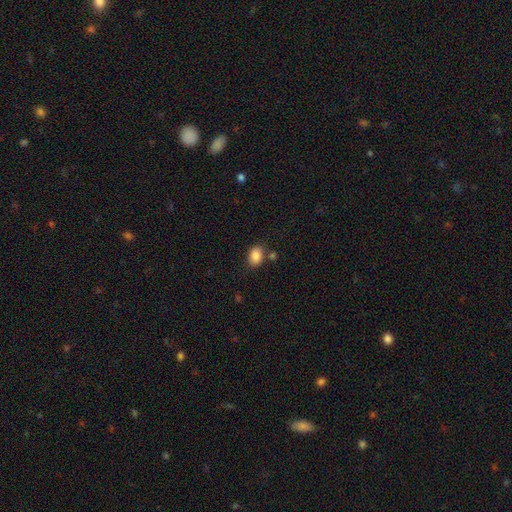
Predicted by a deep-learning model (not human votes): A smooth galaxy with no disk features (87%) that is in between round and cigar-shaped (70%). Merging: none (76%).